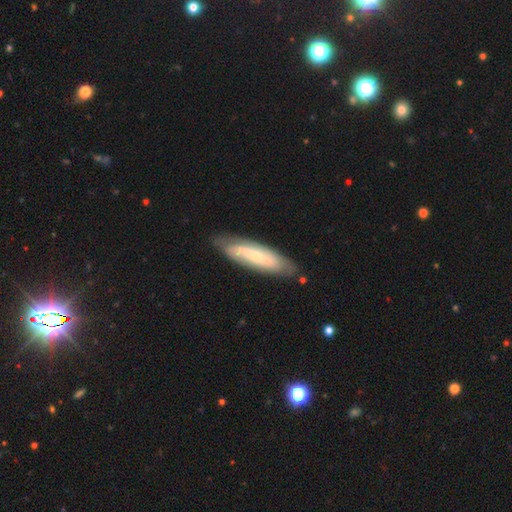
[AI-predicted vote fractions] Overall: featured or disk (54%; smooth 40%). Edge-on disk: no (70%; yes 30%). Merging: none (78%).